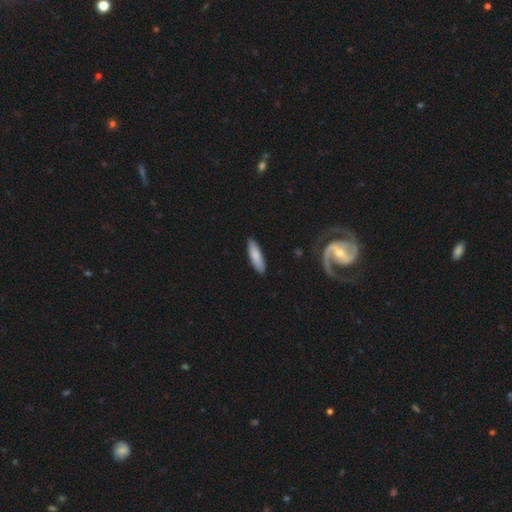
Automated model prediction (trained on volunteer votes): Smooth or featured?
  - smooth: 81% *
  - featured or disk: 13%
  - star or artifact: 5%
How rounded?
  - cigar-shaped: 63% *
  - in between: 35%
  - round: 1%
Merging?
  - none: 88% *
  - minor disturbance: 9%
  - major disturbance: 2%
  - merger: 1%